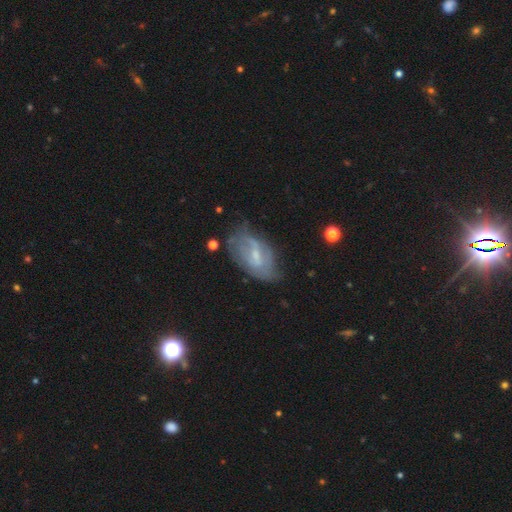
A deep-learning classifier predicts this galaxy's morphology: Smooth or featured? featured or disk (67%)
Edge-on disk? no (94%)
Bar? weak (55%)
Spiral arms? yes (69%)
Bulge size? small (55%)
Merging? none (56%)